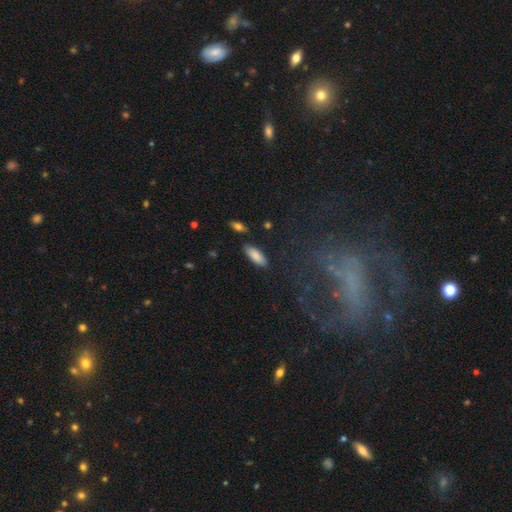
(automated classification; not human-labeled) This is clearly a smooth galaxy (86%). How rounded: likely in between (73%). Merging: clearly none (83%).